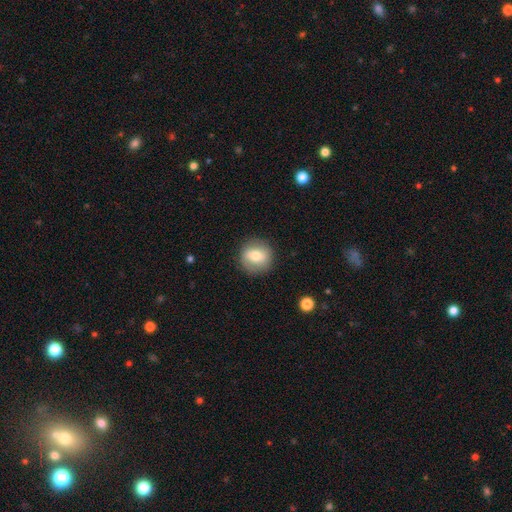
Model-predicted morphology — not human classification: A smooth galaxy with no disk features (69%) that is round (90%). Merging: none (87%).